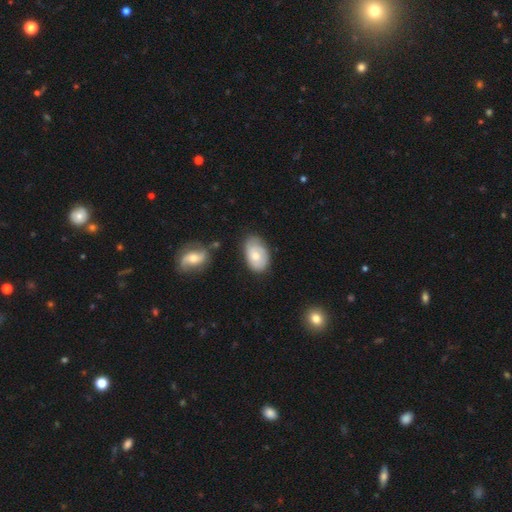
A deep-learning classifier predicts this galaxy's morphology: Overall: smooth (56%; featured or disk 38%). How rounded: in between (91%). Merging: none (65%; minor disturbance 26%).